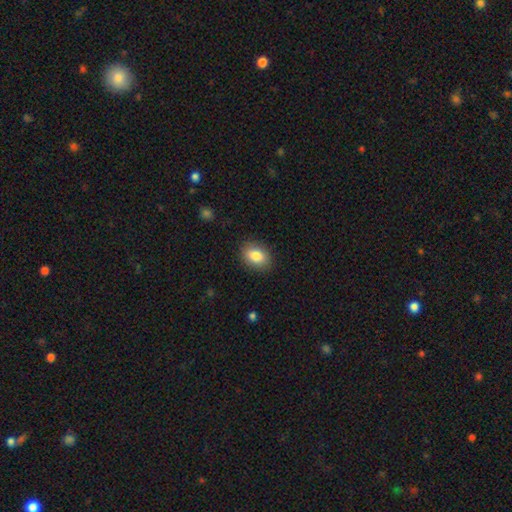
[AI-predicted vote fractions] The model was most divided on "how rounded": in between: 75%, round: 24%, cigar-shaped: 1%. More confident: merging — none (88%); smooth or featured — smooth (84%).